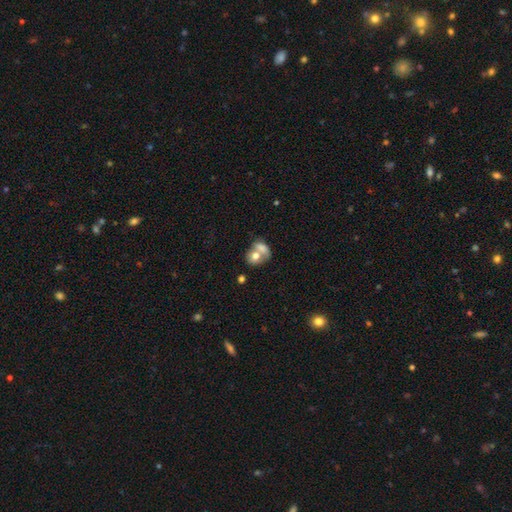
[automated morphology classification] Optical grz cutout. It shows a smooth galaxy with no disk features (68%) that is round (52%). Merging: merger (68%).